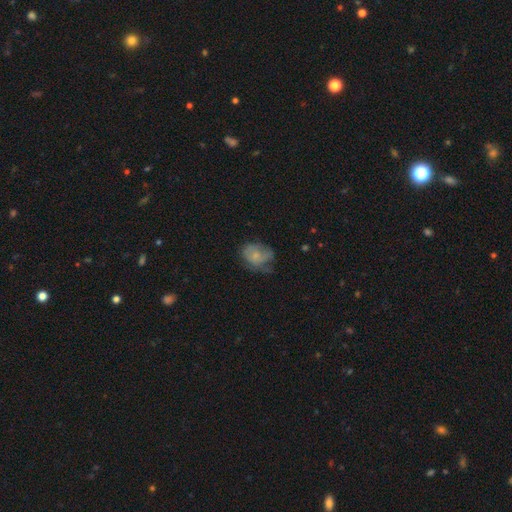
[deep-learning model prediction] Smooth or featured?
  - smooth: 59% *
  - featured or disk: 31%
  - star or artifact: 10%
How rounded?
  - in between: 60% *
  - round: 39%
  - cigar-shaped: 1%
Merging?
  - none: 39% *
  - minor disturbance: 34%
  - major disturbance: 26%
  - merger: 2%